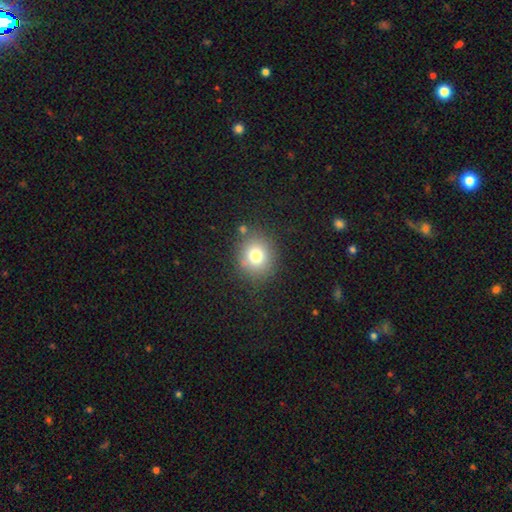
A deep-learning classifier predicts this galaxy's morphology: Smooth or featured: smooth — 75% (star or artifact — 14%)
How rounded: round — 80% (in between — 19%)
Merging: none — 80% (minor disturbance — 11%)